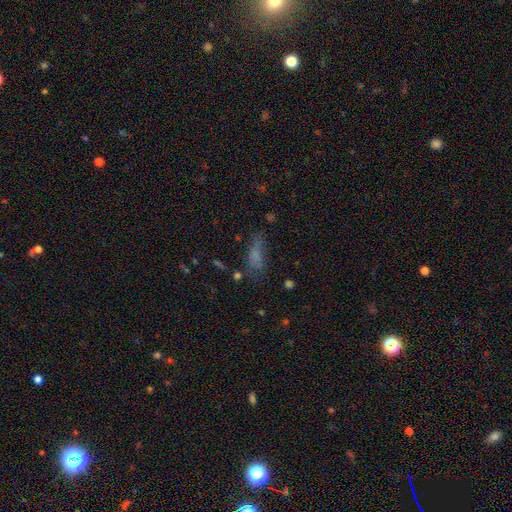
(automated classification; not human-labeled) Morphology: type=smooth (66%); roundness=in between (59%); merging=none (49%).